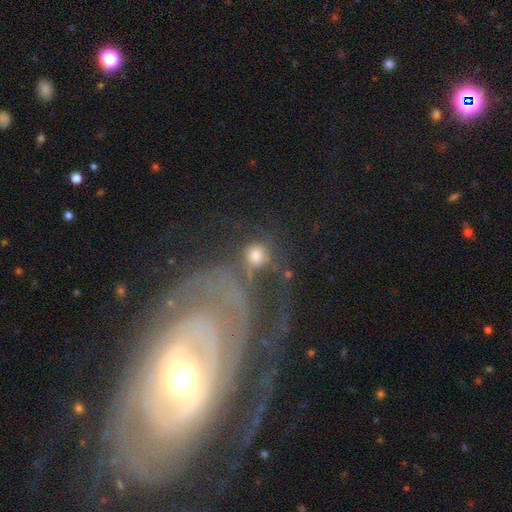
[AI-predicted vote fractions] Smooth or featured: smooth — 53% (featured or disk — 31%)
How rounded: round — 88% (in between — 10%)
Merging: none — 51% (major disturbance — 16%)